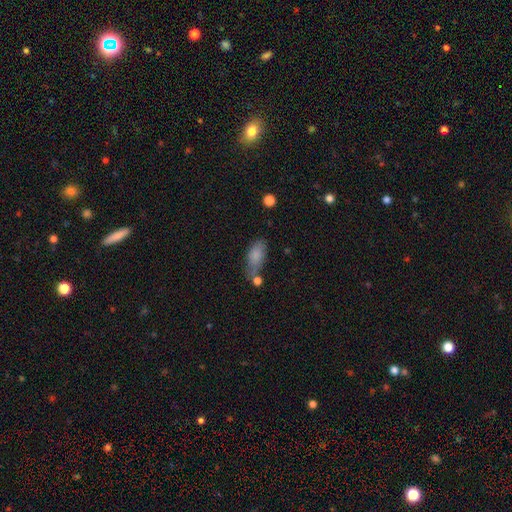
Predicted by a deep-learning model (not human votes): smooth 82%, featured or disk 10%, star or artifact 8%. Down the decision tree: how rounded — in between (86%); merging — none (50%).